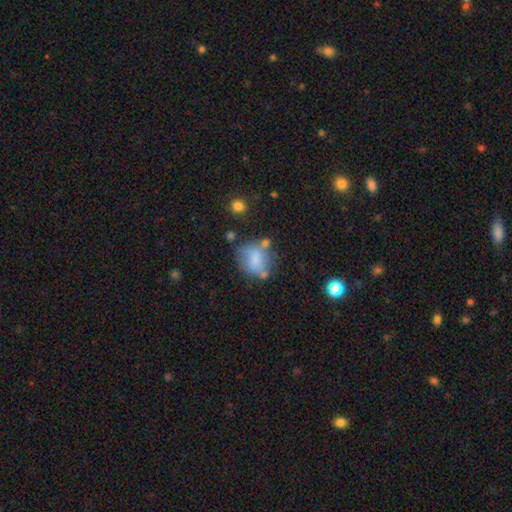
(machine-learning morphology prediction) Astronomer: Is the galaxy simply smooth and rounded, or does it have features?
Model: smooth — 65%.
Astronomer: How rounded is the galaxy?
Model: round — 53% (runner-up: in between, 45%).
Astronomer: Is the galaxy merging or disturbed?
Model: none — 53%.